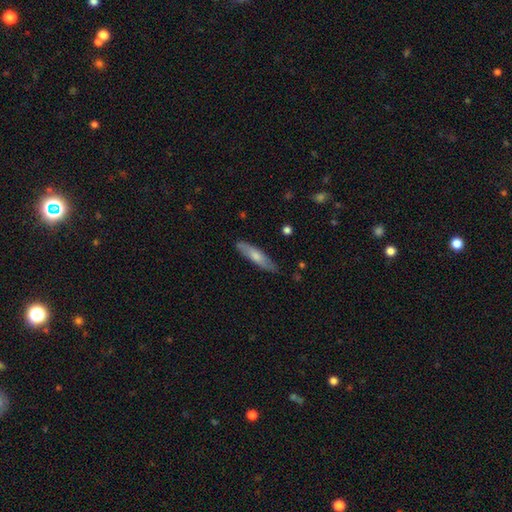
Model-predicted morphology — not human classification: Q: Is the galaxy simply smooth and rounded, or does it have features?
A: smooth — 65%.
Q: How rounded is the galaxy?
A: cigar-shaped — 77%.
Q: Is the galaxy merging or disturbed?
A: none — 84%.